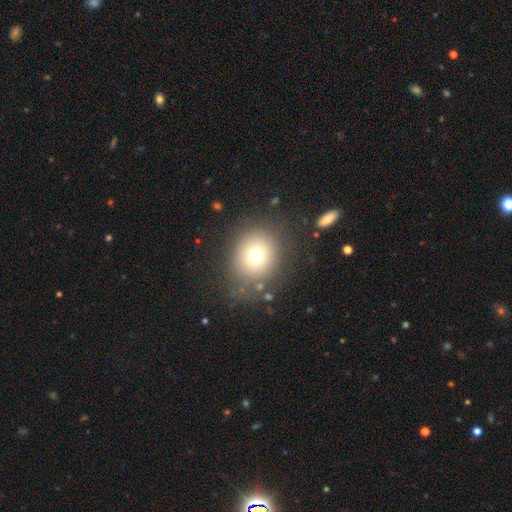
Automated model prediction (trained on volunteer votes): Smooth or featured: smooth — 72% (star or artifact — 14%)
How rounded: round — 79% (in between — 20%)
Merging: none — 76% (minor disturbance — 13%)